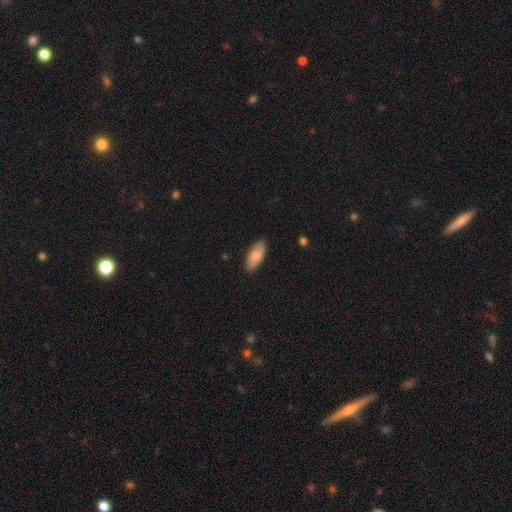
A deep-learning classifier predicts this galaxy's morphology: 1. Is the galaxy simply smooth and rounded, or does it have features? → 76% smooth, 19% featured or disk, 6% star or artifact.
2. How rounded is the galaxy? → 87% in between, 11% cigar-shaped, 2% round.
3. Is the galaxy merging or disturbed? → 85% none, 12% minor disturbance, 2% major disturbance, 1% merger.